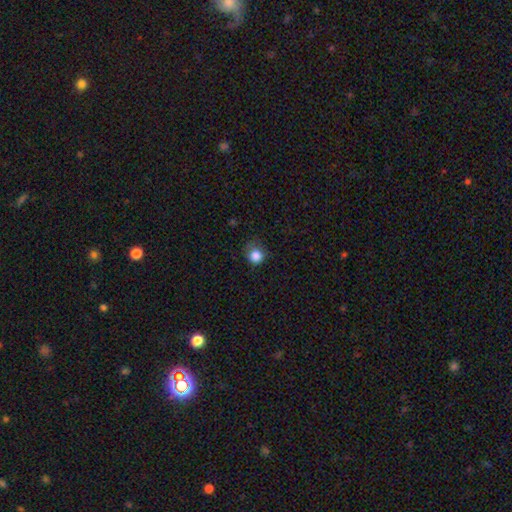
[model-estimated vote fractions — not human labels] Smooth or featured: smooth — 84% (star or artifact — 11%)
How rounded: round — 85% (in between — 14%)
Merging: none — 59% (minor disturbance — 30%)